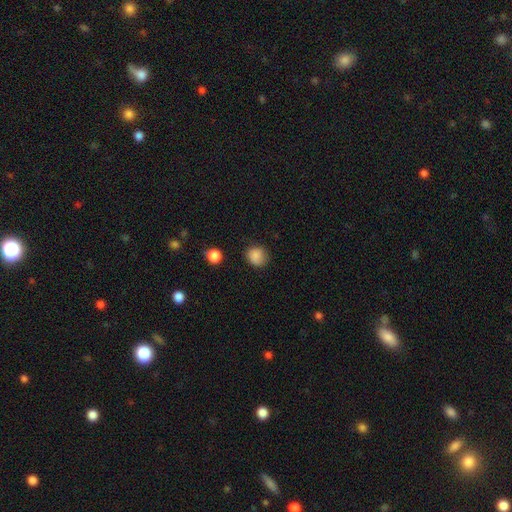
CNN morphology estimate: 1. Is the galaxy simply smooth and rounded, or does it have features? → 85% smooth, 11% star or artifact, 4% featured or disk.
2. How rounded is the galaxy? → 81% round, 18% in between, 1% cigar-shaped.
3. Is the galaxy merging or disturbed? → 77% none, 17% minor disturbance, 4% major disturbance, 2% merger.